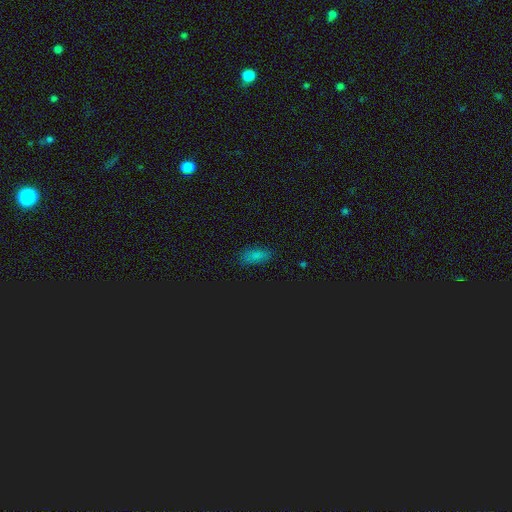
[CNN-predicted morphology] smooth-or-featured: smooth: 73% | star or artifact: 20% | featured or disk: 7%
  how-rounded: in between: 85% | cigar-shaped: 11% | round: 4%
  merging: none: 83% | minor disturbance: 13% | major disturbance: 3% | merger: 1%